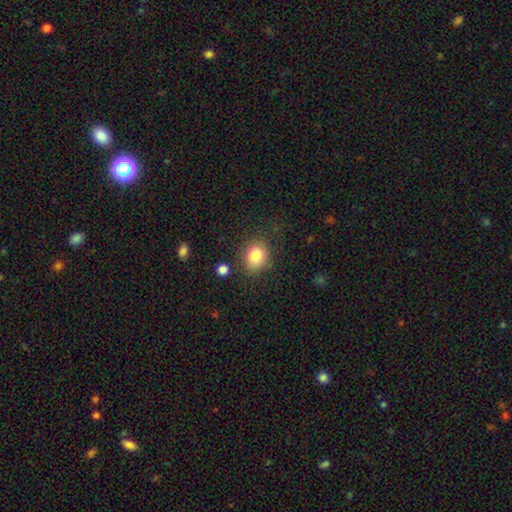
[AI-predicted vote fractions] Morphology: type=smooth (83%); roundness=round (62%); merging=none (78%).